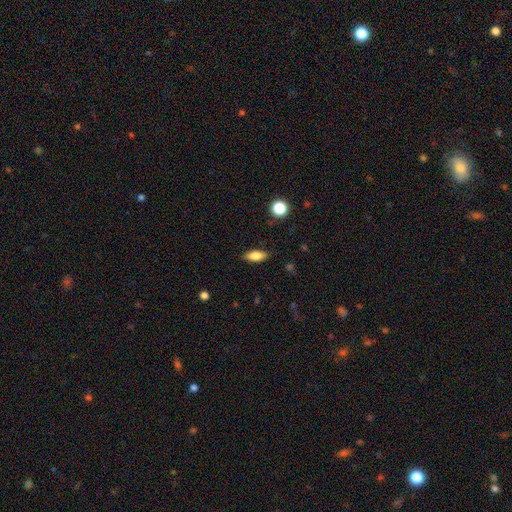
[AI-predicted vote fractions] The model was most divided on "how rounded": in between: 79%, cigar-shaped: 17%, round: 4%. More confident: merging — none (86%); smooth or featured — smooth (81%).